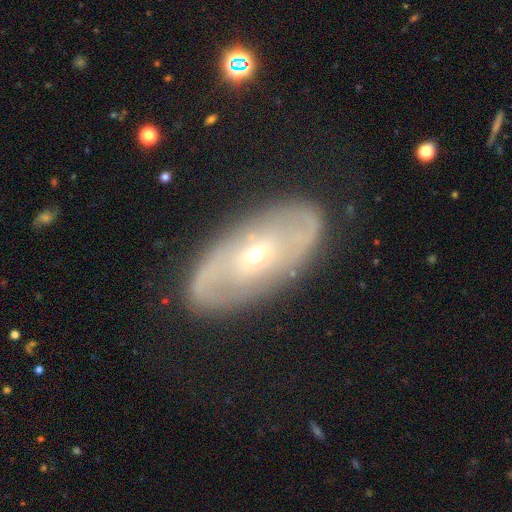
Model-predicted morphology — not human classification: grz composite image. It shows a featured or disk galaxy (74%) with no bar (62%), spiral arms (73%) and a small central bulge (61%). Merging: none (84%).